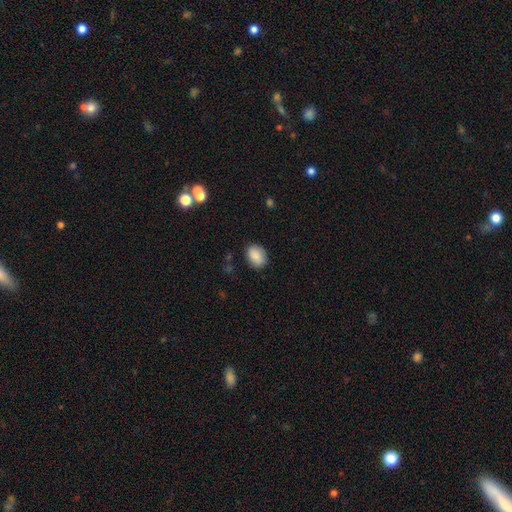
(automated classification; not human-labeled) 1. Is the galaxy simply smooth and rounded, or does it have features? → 88% smooth, 7% star or artifact, 5% featured or disk.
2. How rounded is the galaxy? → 73% in between, 26% round, 1% cigar-shaped.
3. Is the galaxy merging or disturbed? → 83% none, 13% minor disturbance, 3% major disturbance, 1% merger.